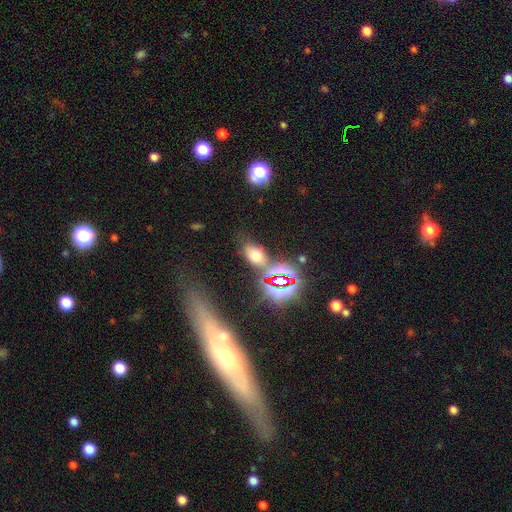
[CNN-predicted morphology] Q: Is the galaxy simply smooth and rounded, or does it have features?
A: smooth — 56%.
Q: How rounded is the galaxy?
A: in between — 83%.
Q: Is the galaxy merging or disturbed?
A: none — 69%.